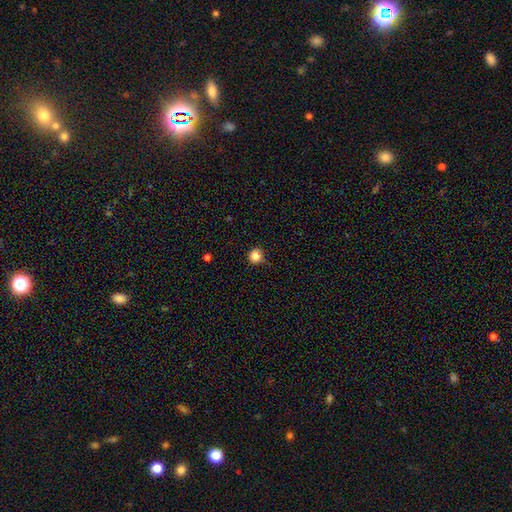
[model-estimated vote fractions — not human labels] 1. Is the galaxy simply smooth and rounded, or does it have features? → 83% smooth, 12% star or artifact, 5% featured or disk.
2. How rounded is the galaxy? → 92% round, 7% in between, 1% cigar-shaped.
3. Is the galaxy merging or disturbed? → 80% none, 13% minor disturbance, 5% merger, 3% major disturbance.